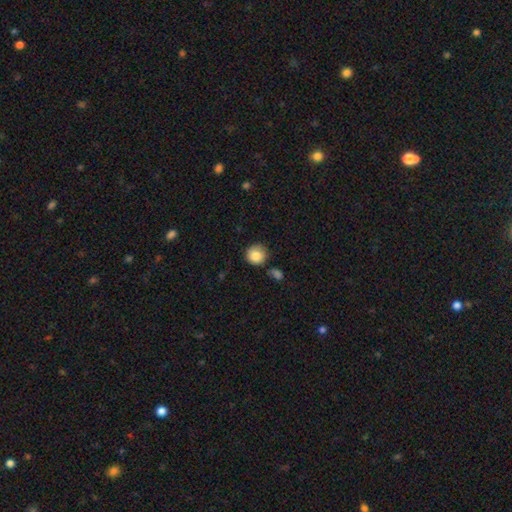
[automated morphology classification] smooth-or-featured: smooth: 85% | star or artifact: 8% | featured or disk: 7%
  how-rounded: round: 90% | in between: 9% | cigar-shaped: 1%
  merging: none: 70% | minor disturbance: 19% | merger: 6% | major disturbance: 4%